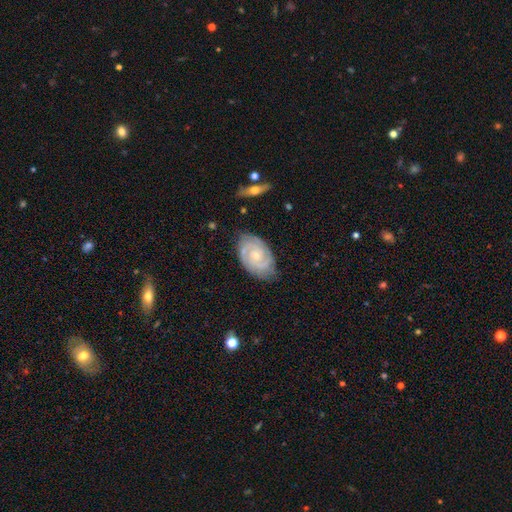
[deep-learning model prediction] smooth-or-featured: featured or disk: 85% | smooth: 10% | star or artifact: 5%
  disk-edge-on: no: 97% | yes: 3%
    bar: no: 67% | weak: 28% | strong: 5%
    has-spiral-arms: yes: 97% | no: 3%
      spiral-winding: tight: 70% | medium: 26% | loose: 5%
      spiral-arm-count: 2: 55% | 3: 20% | can't tell: 14% | 4: 5% | 1: 3% | more than 4: 3%
    bulge-size: small: 65% | moderate: 27% | none: 5% | large: 2% | dominant: 1%
  merging: none: 77% | minor disturbance: 17% | major disturbance: 4% | merger: 2%